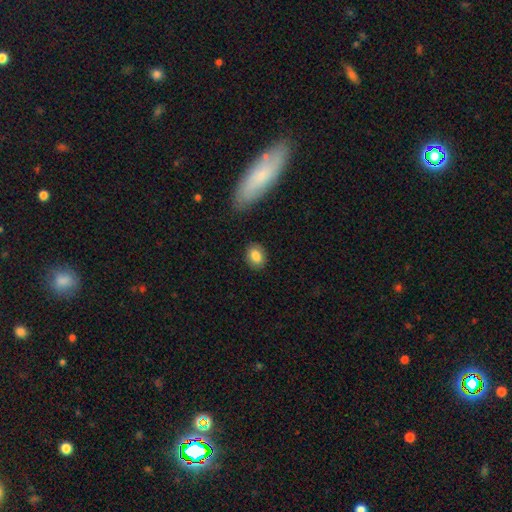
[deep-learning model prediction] Smooth or featured? smooth (83%)
How rounded? in between (58%)
Merging? none (85%)